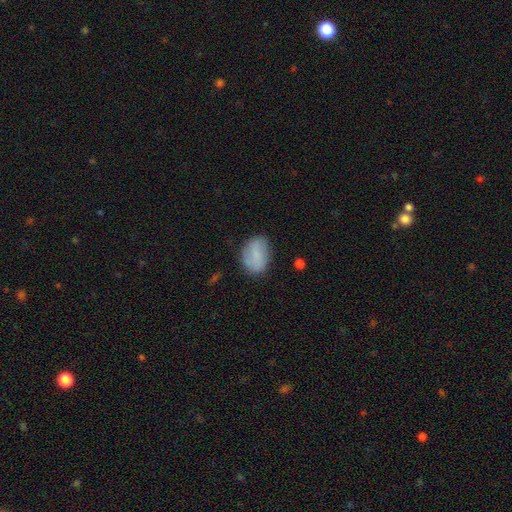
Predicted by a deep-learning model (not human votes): Smooth or featured? Predicted: smooth (p=0.78). How rounded? Predicted: in between (p=0.80). Merging? Predicted: none (p=0.75).